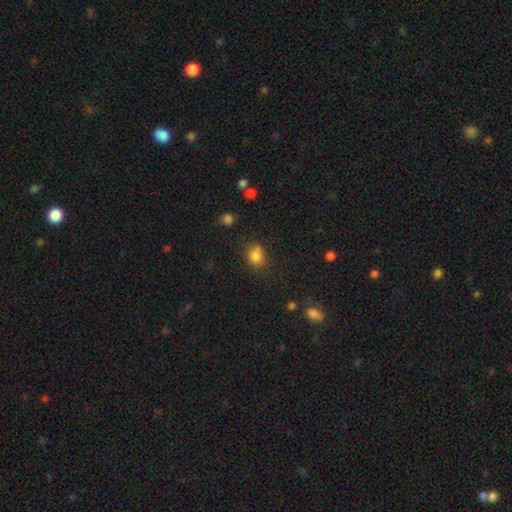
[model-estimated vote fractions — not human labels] A smooth galaxy with no disk features (79%) that is round (63%). Merging: none (61%).